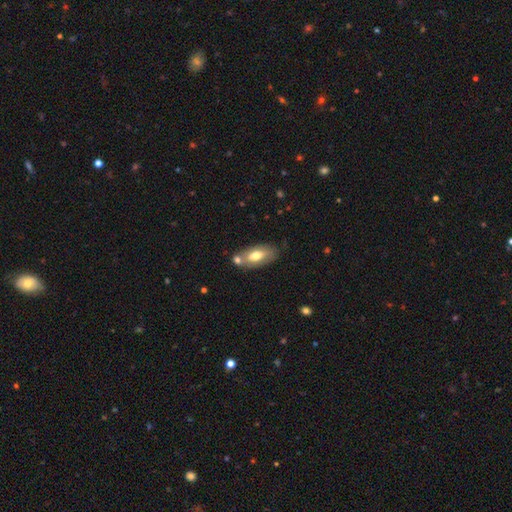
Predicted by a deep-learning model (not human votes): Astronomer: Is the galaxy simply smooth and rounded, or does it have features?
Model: smooth — 64%.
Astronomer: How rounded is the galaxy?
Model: in between — 85%.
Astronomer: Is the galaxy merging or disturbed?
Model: none — 61%.